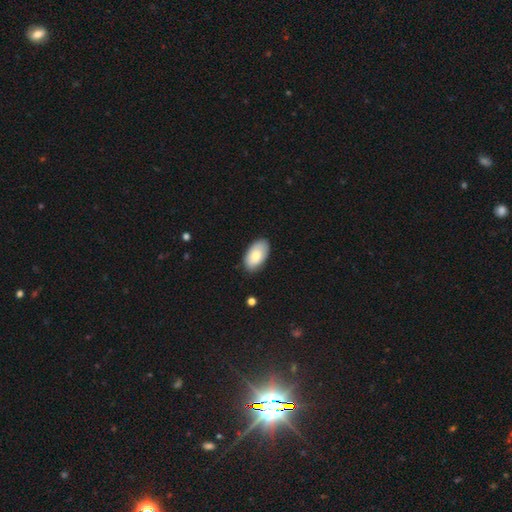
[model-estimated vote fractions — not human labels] The model was most divided on "smooth or featured": smooth: 76%, featured or disk: 18%, star or artifact: 6%. More confident: how rounded — in between (94%); merging — none (83%).